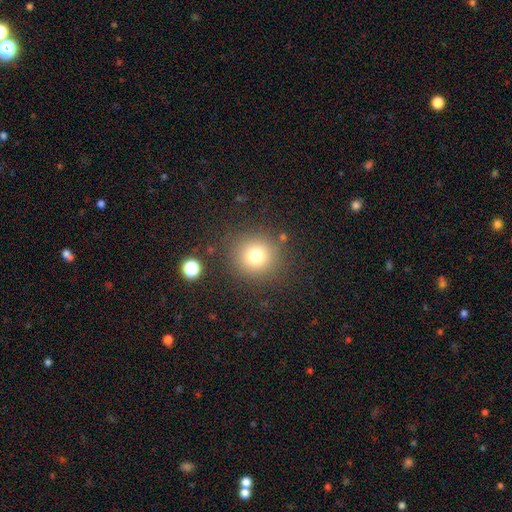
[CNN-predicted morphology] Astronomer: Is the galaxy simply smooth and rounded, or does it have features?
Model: smooth — 76%.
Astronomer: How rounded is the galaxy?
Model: round — 93%.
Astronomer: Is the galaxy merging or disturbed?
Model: none — 86%.